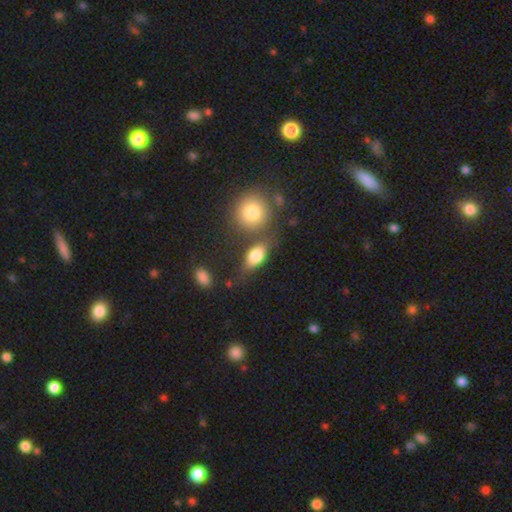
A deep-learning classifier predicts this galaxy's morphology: Smooth or featured? Predicted: smooth (p=0.77). How rounded? Predicted: in between (p=0.78). Merging? Predicted: none (p=0.56).